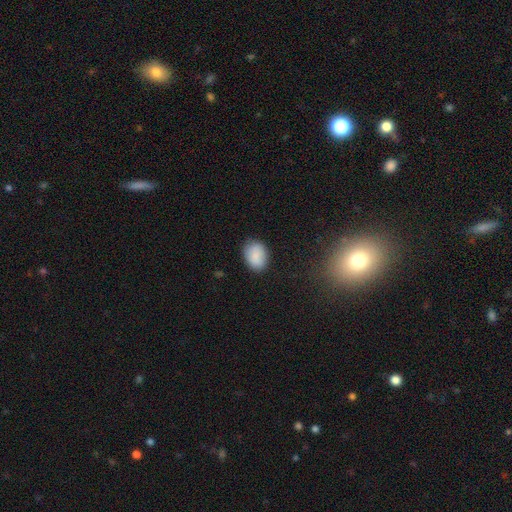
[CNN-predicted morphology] Smooth or featured? smooth (87%)
How rounded? in between (76%)
Merging? none (81%)